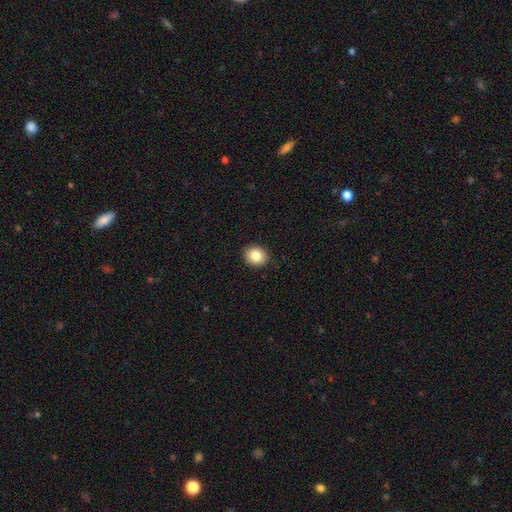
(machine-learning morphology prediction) Smooth or featured?
  - smooth: 84% *
  - star or artifact: 9%
  - featured or disk: 7%
How rounded?
  - round: 71% *
  - in between: 28%
  - cigar-shaped: 1%
Merging?
  - none: 90% *
  - minor disturbance: 7%
  - major disturbance: 2%
  - merger: 1%